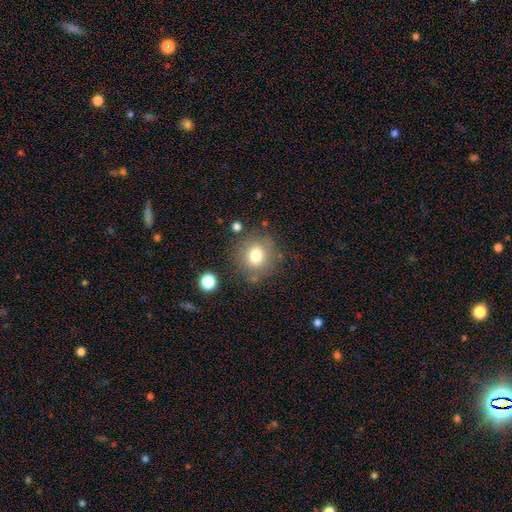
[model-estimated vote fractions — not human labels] smooth 76%, featured or disk 13%, star or artifact 12%. Down the decision tree: how rounded — round (81%); merging — none (78%).